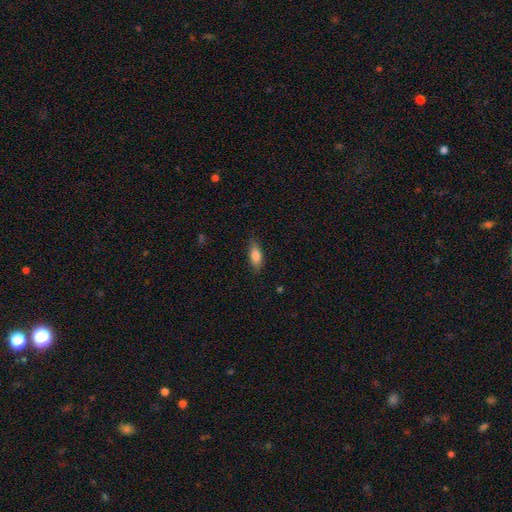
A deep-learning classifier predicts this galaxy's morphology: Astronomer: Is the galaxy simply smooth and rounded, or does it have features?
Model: smooth — 81%.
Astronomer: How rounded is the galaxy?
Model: in between — 76%.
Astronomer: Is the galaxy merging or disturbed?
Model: none — 81%.